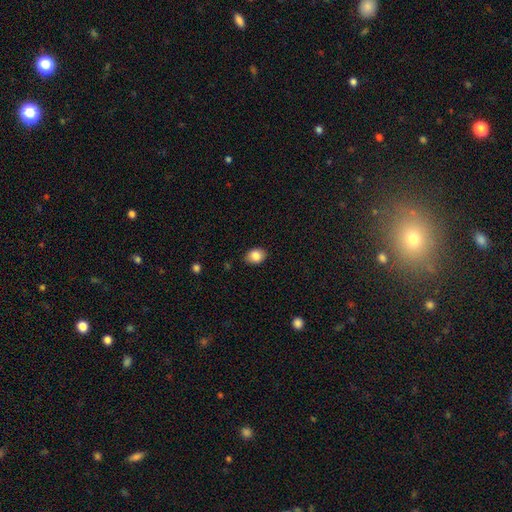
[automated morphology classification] Q: Smooth or featured?
A: smooth (85%); runner-up: star or artifact (8%)
Q: How rounded?
A: in between (68%); runner-up: round (31%)
Q: Merging?
A: none (86%); runner-up: minor disturbance (11%)